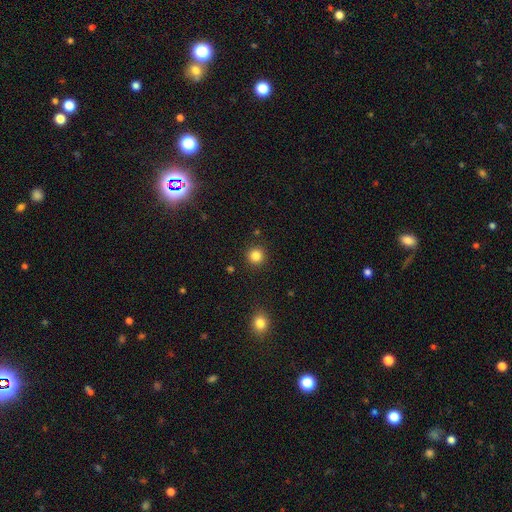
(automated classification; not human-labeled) Overall: smooth (85%). How rounded: round (95%). Merging: none (91%).